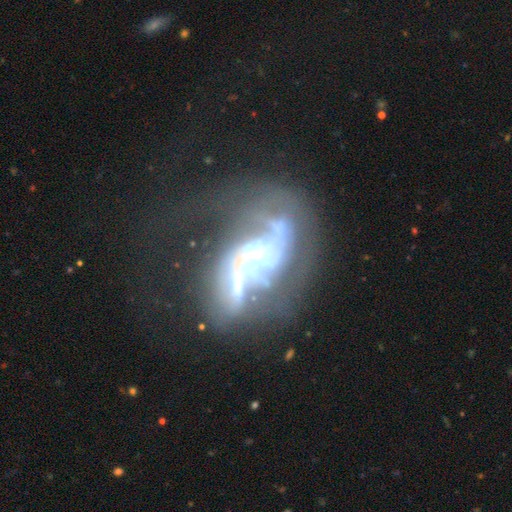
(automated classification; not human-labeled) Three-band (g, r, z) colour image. It shows a featured or disk galaxy (79%) with no bar (55%), 2 (49%) medium (40%) spiral arms (80%) and a moderate central bulge (45%). Merging: merger (46%).